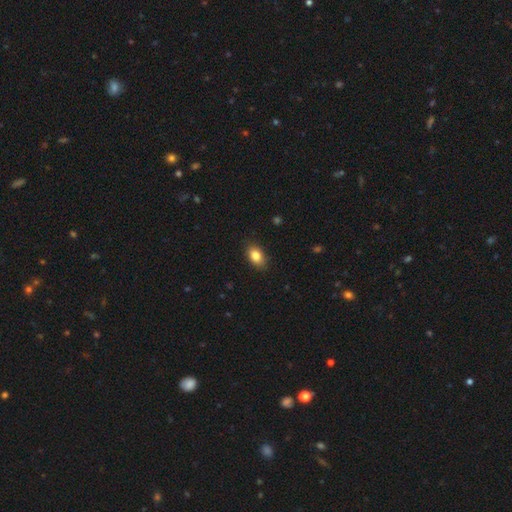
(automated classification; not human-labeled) Q: Smooth or featured?
A: smooth (84%); runner-up: star or artifact (8%)
Q: How rounded?
A: in between (86%); runner-up: round (13%)
Q: Merging?
A: none (86%); runner-up: minor disturbance (11%)